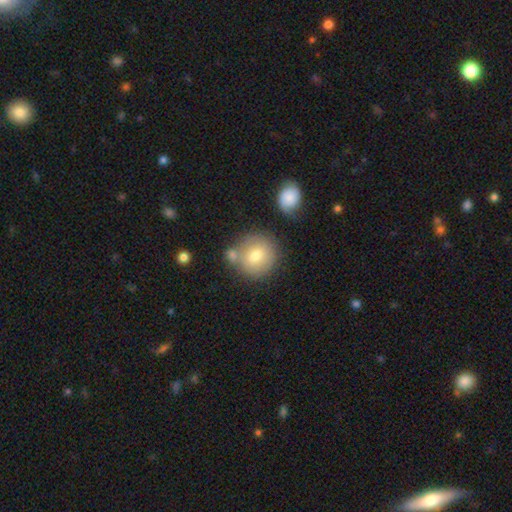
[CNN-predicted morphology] smooth-or-featured: smooth: 76% | featured or disk: 16% | star or artifact: 8%
  how-rounded: round: 89% | in between: 10% | cigar-shaped: 1%
  merging: none: 64% | merger: 18% | minor disturbance: 14% | major disturbance: 4%